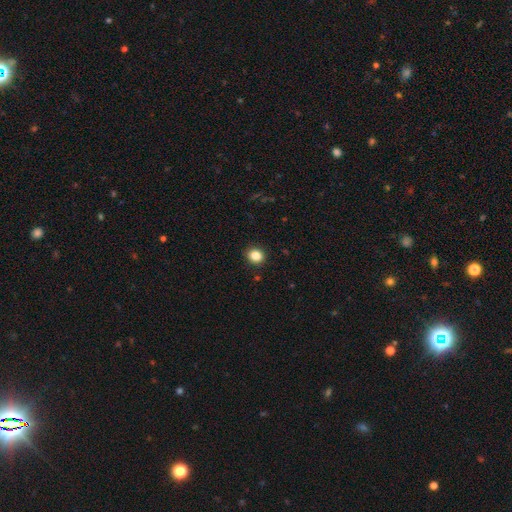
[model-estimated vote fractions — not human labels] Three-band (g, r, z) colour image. It shows a smooth galaxy with no disk features (85%) that is round (79%). Merging: none (92%).